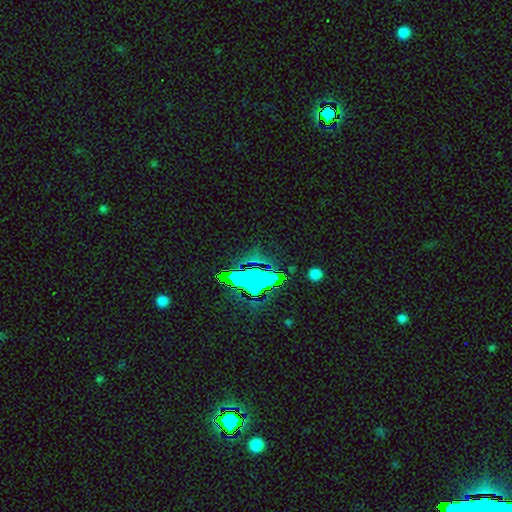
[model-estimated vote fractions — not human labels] Smooth or featured? star or artifact (78%)